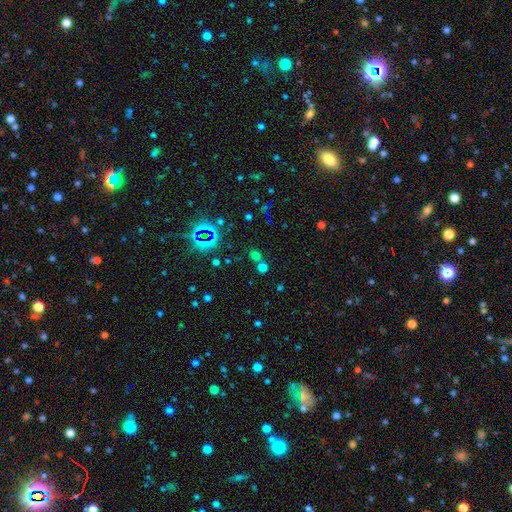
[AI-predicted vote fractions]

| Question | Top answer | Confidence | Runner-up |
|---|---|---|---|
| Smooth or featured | smooth | 49% | star or artifact (43%) |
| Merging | none | 67% | merger (21%) |